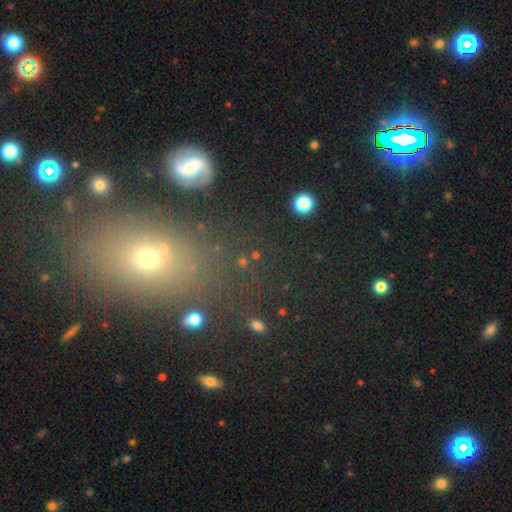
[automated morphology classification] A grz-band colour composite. It shows a smooth galaxy with no disk features (50%) that is round (72%). Merging: none (73%).